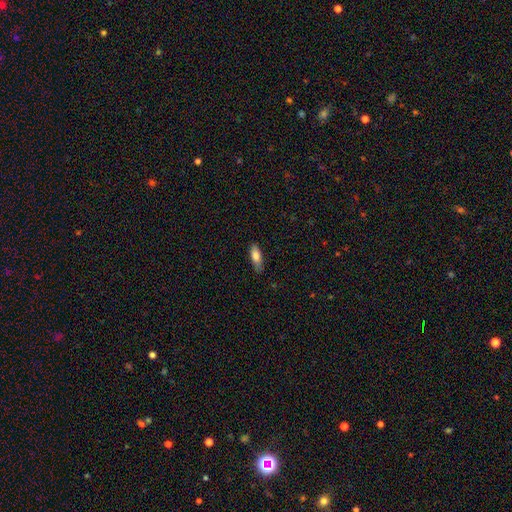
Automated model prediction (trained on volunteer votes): A smooth galaxy with no disk features (78%) that is in between round and cigar-shaped (65%).

Vote fractions:
- Smooth or featured? smooth: 78% / featured or disk: 15% / star or artifact: 6%
- How rounded? in between: 65% / cigar-shaped: 32% / round: 2%
- Merging? none: 78% / minor disturbance: 17% / major disturbance: 3% / merger: 1%